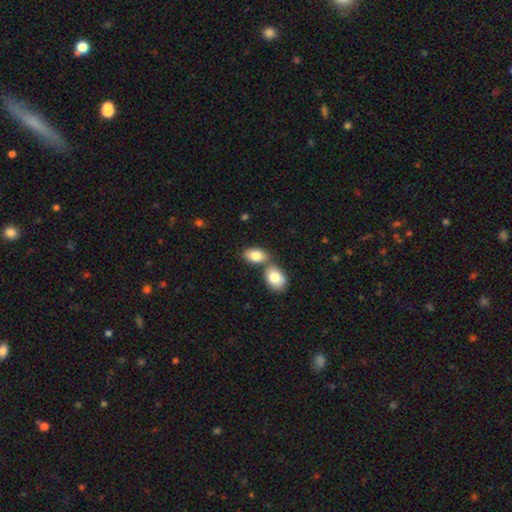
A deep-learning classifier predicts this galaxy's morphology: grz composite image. It shows a smooth galaxy with no disk features (81%) that is in between round and cigar-shaped (90%). Merging: merger (49%).